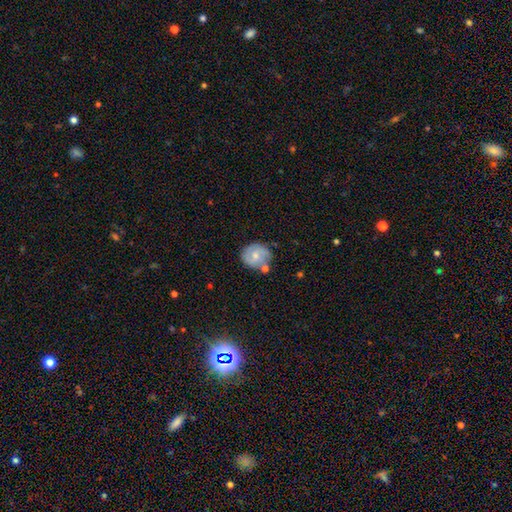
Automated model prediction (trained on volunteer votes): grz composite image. It shows a smooth galaxy with no disk features (49%). Merging: none (63%).